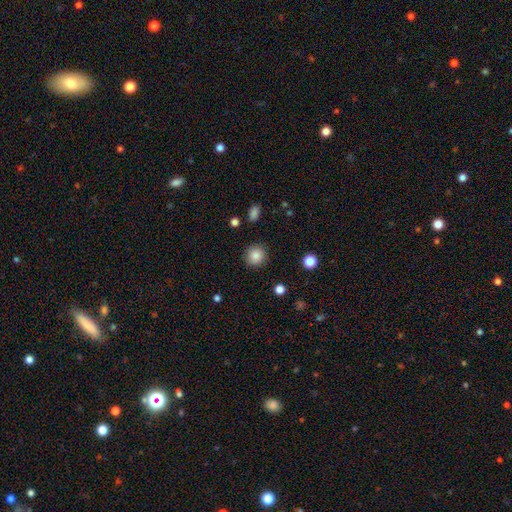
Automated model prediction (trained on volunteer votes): A smooth galaxy with no disk features (86%) that is round (92%). Merging: none (89%).